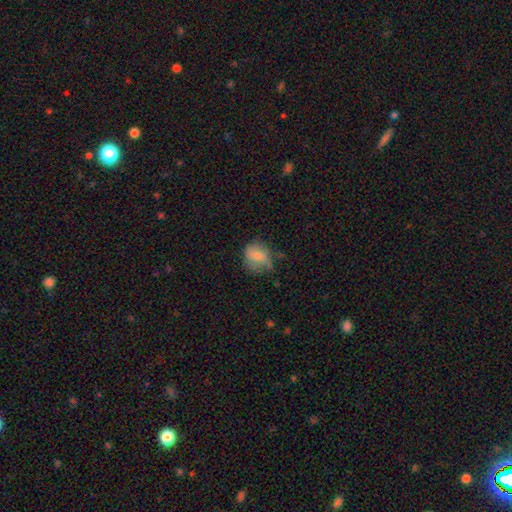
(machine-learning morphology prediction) Overall: smooth (69%). How rounded: round (54%; in between 45%). Merging: none (45%; minor disturbance 35%).